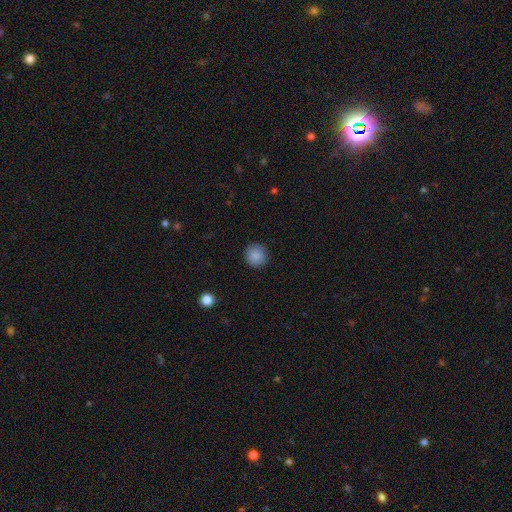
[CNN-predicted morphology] Smooth or featured: smooth — 88% (star or artifact — 9%)
How rounded: round — 94% (in between — 5%)
Merging: none — 91% (minor disturbance — 6%)